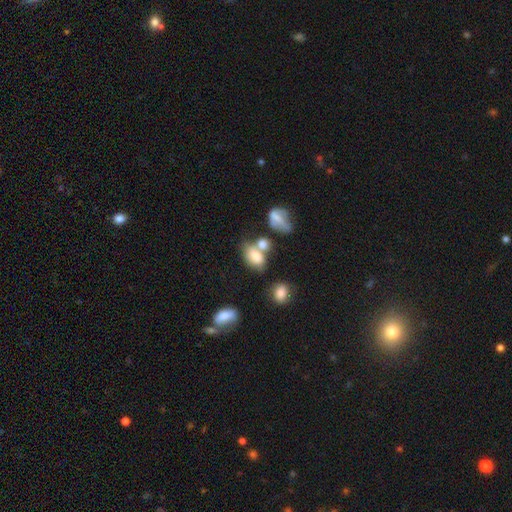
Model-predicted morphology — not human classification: type=smooth (71%); roundness=in between (84%); merging=merger (43%).